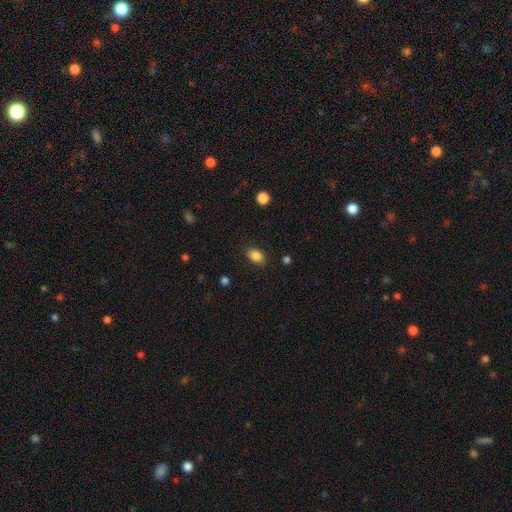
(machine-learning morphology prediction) smooth-or-featured: smooth: 86% | star or artifact: 9% | featured or disk: 4%
  how-rounded: in between: 82% | round: 17% | cigar-shaped: 1%
  merging: none: 83% | minor disturbance: 13% | major disturbance: 3% | merger: 1%